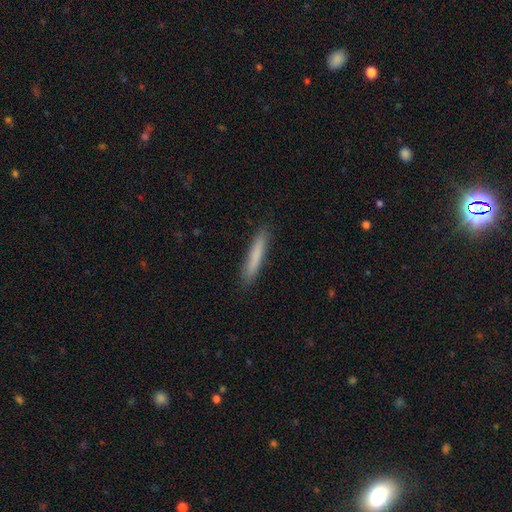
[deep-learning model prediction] The model was most divided on "smooth or featured": smooth: 79%, featured or disk: 15%, star or artifact: 6%. More confident: how rounded — cigar-shaped (94%); merging — none (89%).